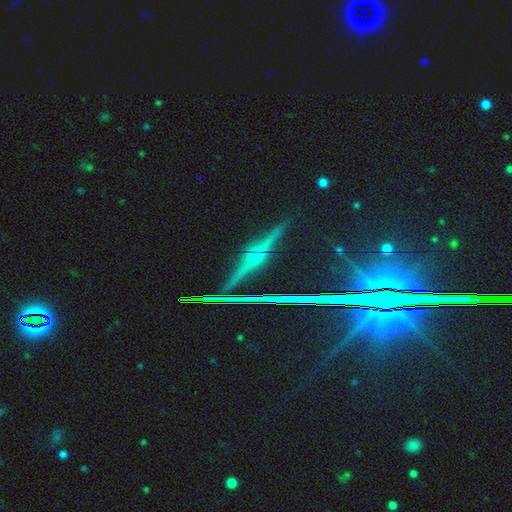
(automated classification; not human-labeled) Smooth or featured: featured or disk — 68% (star or artifact — 24%)
Edge-on disk: yes — 95% (no — 5%)
Edge-on bulge: rounded — 87% (none — 7%)
Merging: none — 89% (minor disturbance — 7%)